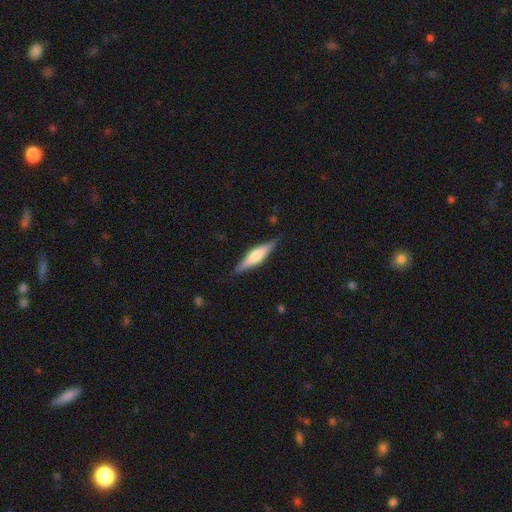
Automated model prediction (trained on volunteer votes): Smooth or featured? featured or disk (51%)
Edge-on disk? yes (95%)
Merging? none (86%)